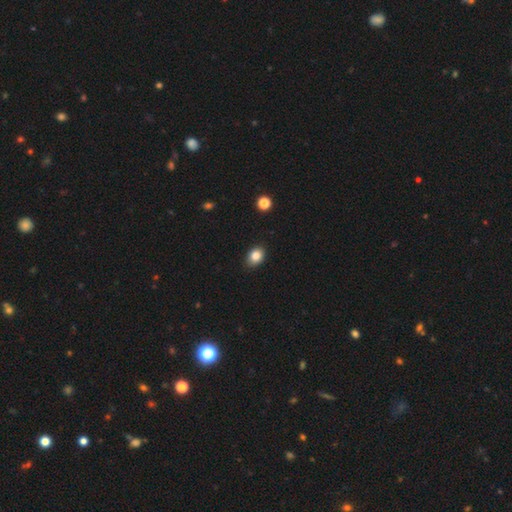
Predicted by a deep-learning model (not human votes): A smooth galaxy with no disk features (84%) that is in between round and cigar-shaped (63%). Merging: none (87%).